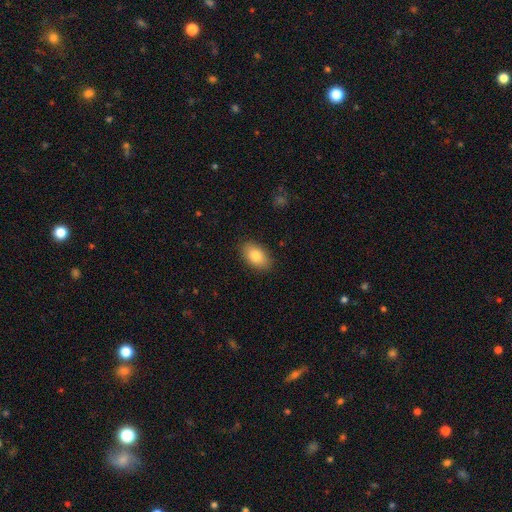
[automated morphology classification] smooth_or_featured: smooth (p=0.83) [alt: featured or disk p=0.10]
how_rounded: in between (p=0.92) [alt: round p=0.07]
merging: none (p=0.88) [alt: minor disturbance p=0.09]